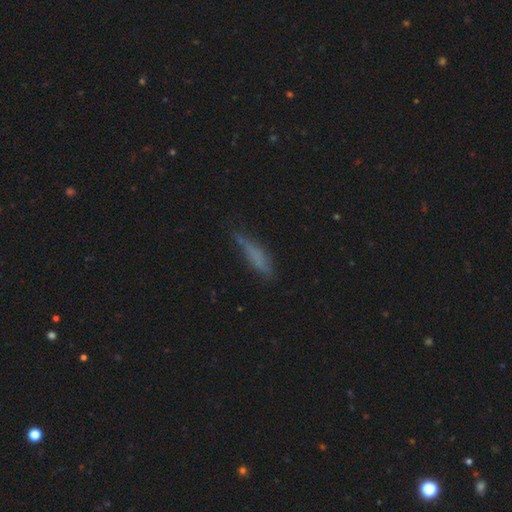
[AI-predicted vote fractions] Smooth or featured: smooth — 62% (featured or disk — 26%)
How rounded: cigar-shaped — 76% (in between — 22%)
Merging: none — 56% (minor disturbance — 31%)